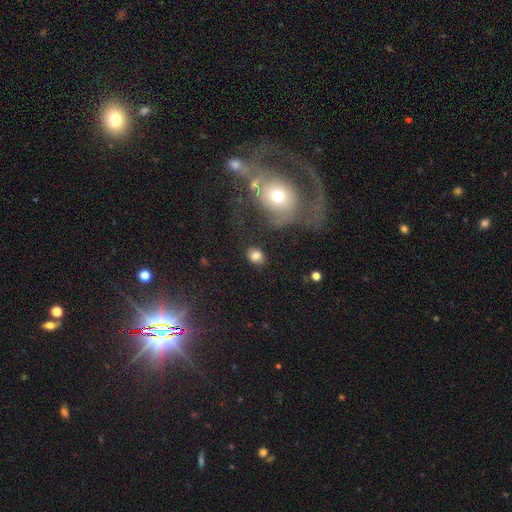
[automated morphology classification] Smooth or featured? smooth (82%)
How rounded? in between (57%)
Merging? none (80%)